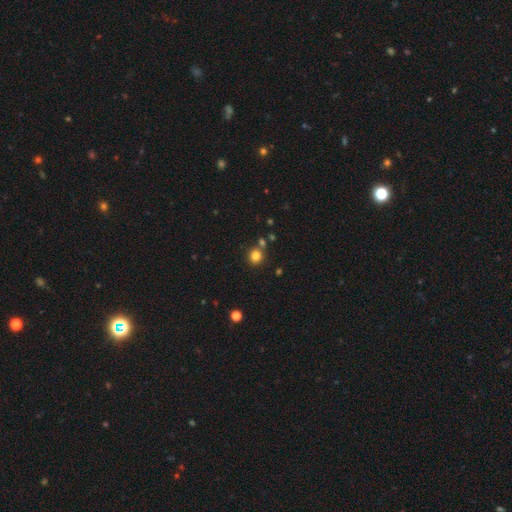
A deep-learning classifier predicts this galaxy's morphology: A smooth galaxy with no disk features (82%) that is round (88%). Merging: none (78%).